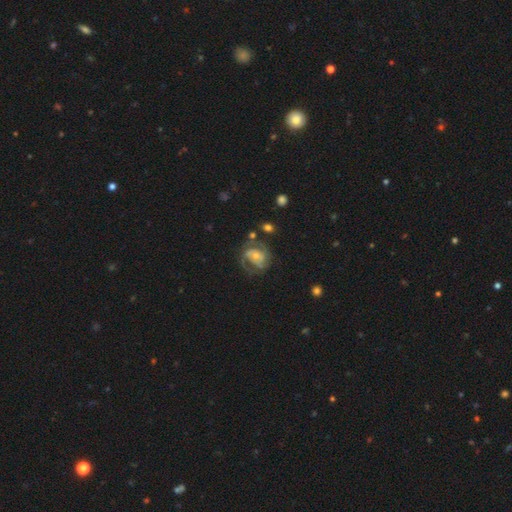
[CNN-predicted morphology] Smooth or featured? Predicted: featured or disk (p=0.81). Edge-on disk? Predicted: no (p=0.98). Bar? Predicted: no (p=0.49). Spiral arms? Predicted: yes (p=0.94). Spiral winding? Predicted: medium (p=0.46). Spiral arm count? Predicted: 2 (p=0.56). Bulge size? Predicted: small (p=0.56). Merging? Predicted: none (p=0.62).